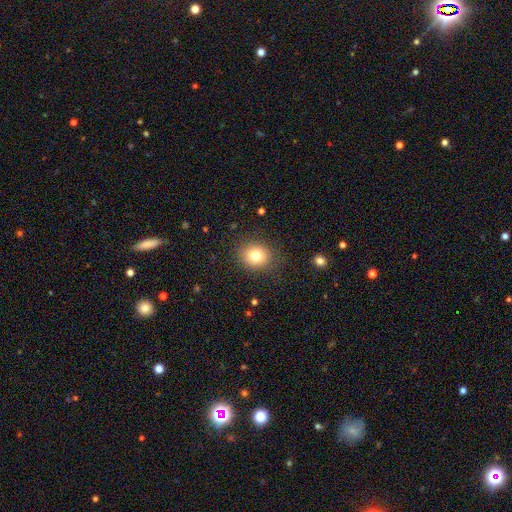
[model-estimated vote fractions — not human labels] Smooth or featured? Predicted: smooth (p=0.78). How rounded? Predicted: round (p=0.72). Merging? Predicted: none (p=0.86).